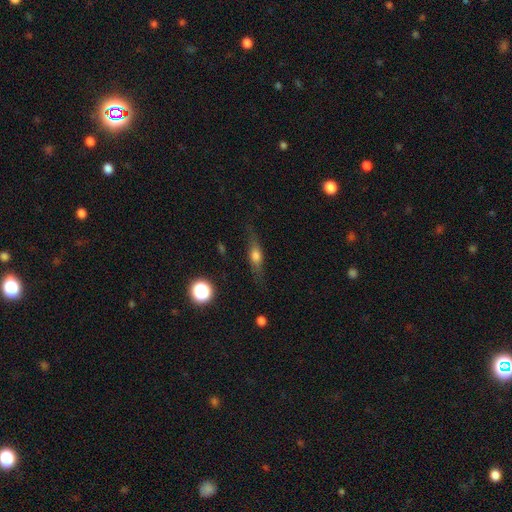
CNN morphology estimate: Overall: smooth (46%; featured or disk 44%). Merging: none (76%).